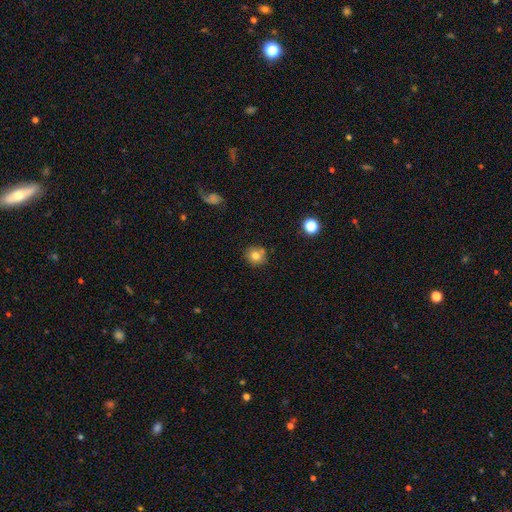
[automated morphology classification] Overall: smooth (79%). How rounded: round (87%). Merging: none (77%).